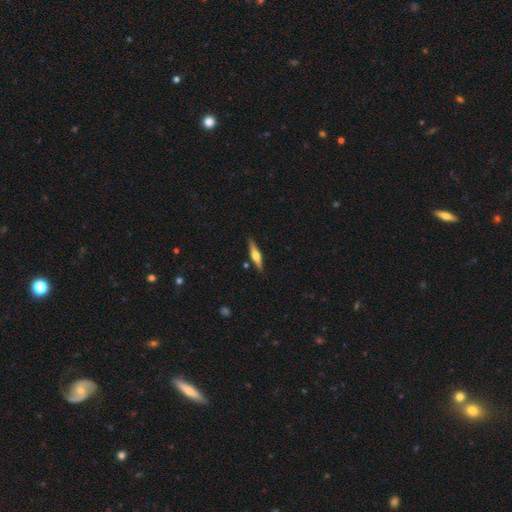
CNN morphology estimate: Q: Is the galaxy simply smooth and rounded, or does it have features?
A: featured or disk — 64%.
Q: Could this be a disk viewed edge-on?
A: yes — 97%.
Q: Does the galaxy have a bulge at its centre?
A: rounded — 91%.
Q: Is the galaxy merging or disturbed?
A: none — 88%.